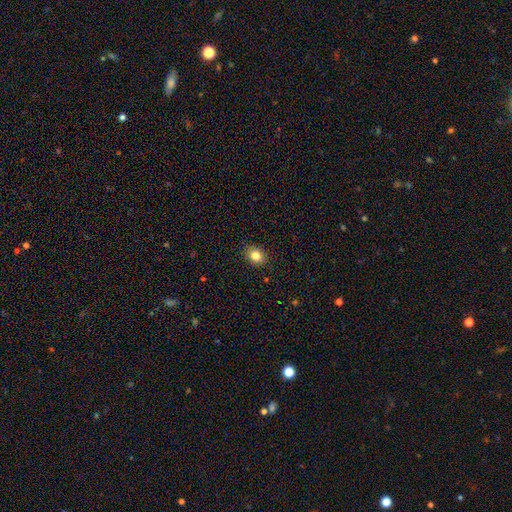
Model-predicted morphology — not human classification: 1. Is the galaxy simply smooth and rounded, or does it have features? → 82% smooth, 11% star or artifact, 7% featured or disk.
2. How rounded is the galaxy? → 51% in between, 48% round, 1% cigar-shaped.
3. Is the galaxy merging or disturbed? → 88% none, 9% minor disturbance, 2% major disturbance, 1% merger.